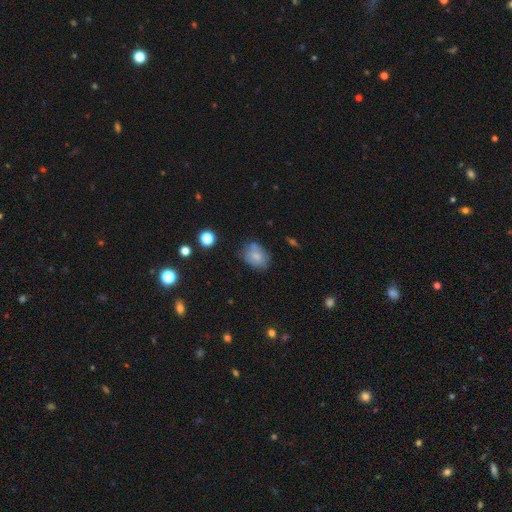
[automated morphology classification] Q: Smooth or featured?
A: smooth (72%); runner-up: featured or disk (19%)
Q: How rounded?
A: in between (71%); runner-up: round (28%)
Q: Merging?
A: none (61%); runner-up: minor disturbance (26%)